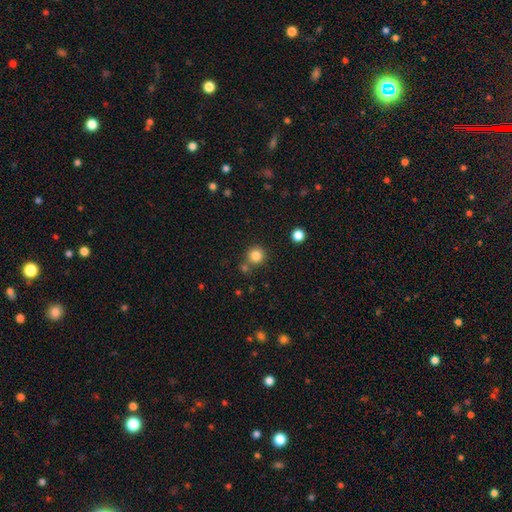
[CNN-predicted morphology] Smooth or featured: smooth — 83% (star or artifact — 12%)
How rounded: round — 94% (in between — 5%)
Merging: none — 77% (merger — 12%)